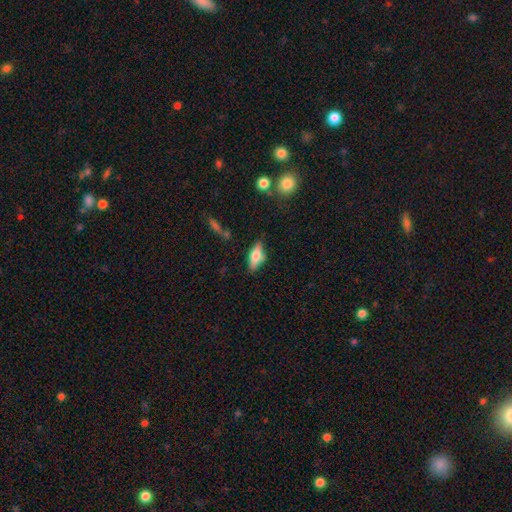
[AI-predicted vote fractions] A smooth galaxy with no disk features (57%) that is in between round and cigar-shaped (70%). Merging: none (76%).